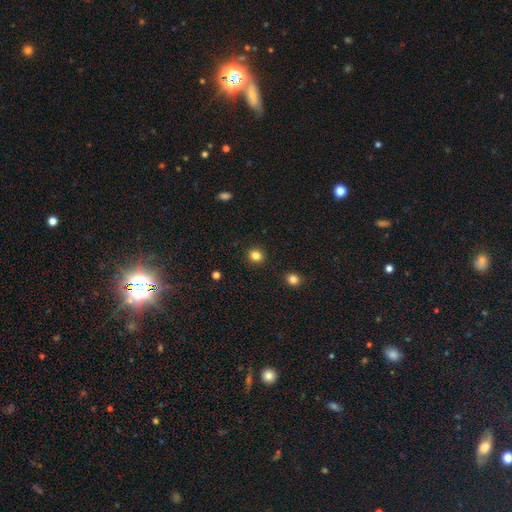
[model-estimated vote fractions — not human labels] Overall: smooth (83%). How rounded: round (86%). Merging: none (92%).